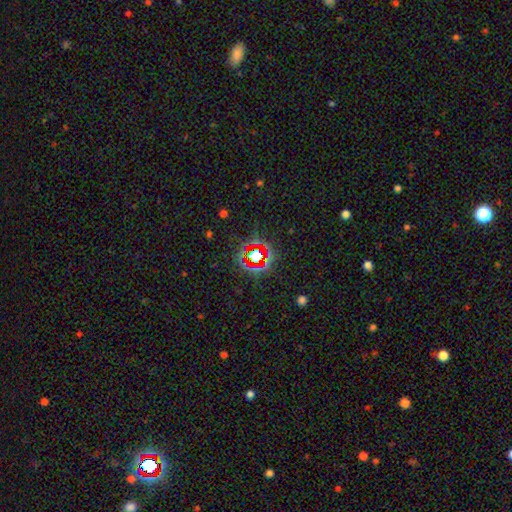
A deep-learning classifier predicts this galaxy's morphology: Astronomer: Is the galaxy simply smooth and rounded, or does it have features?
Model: star or artifact — 73%.